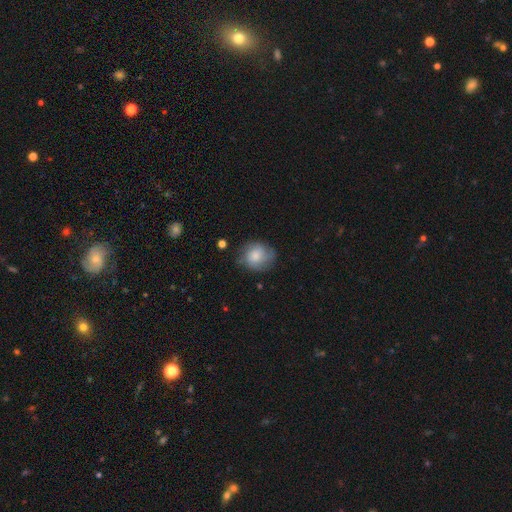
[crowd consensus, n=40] This is likely a smooth galaxy (65%). How rounded: likely round (73%). Merging: likely none (68%).